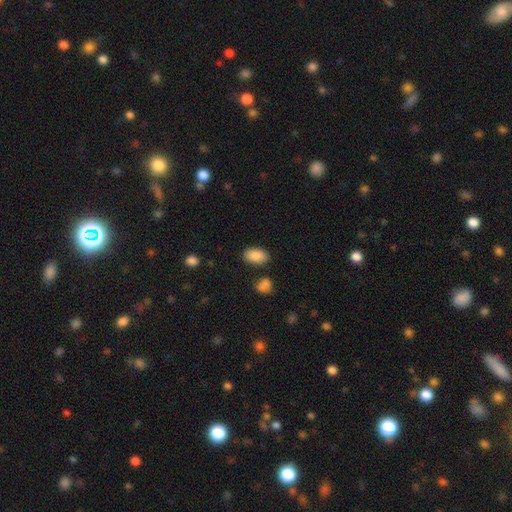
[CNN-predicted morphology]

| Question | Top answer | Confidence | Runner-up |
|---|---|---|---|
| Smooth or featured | smooth | 88% | star or artifact (7%) |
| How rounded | in between | 92% | round (7%) |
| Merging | none | 82% | minor disturbance (11%) |